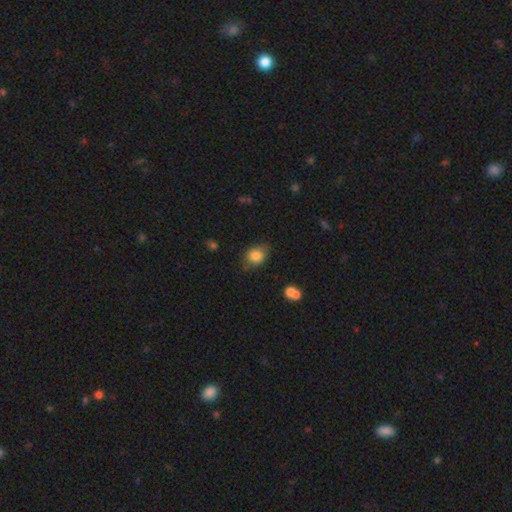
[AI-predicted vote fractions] Smooth or featured?
  - smooth: 82% *
  - star or artifact: 9%
  - featured or disk: 9%
How rounded?
  - in between: 54% *
  - round: 45%
  - cigar-shaped: 1%
Merging?
  - none: 70% *
  - minor disturbance: 23%
  - major disturbance: 5%
  - merger: 3%